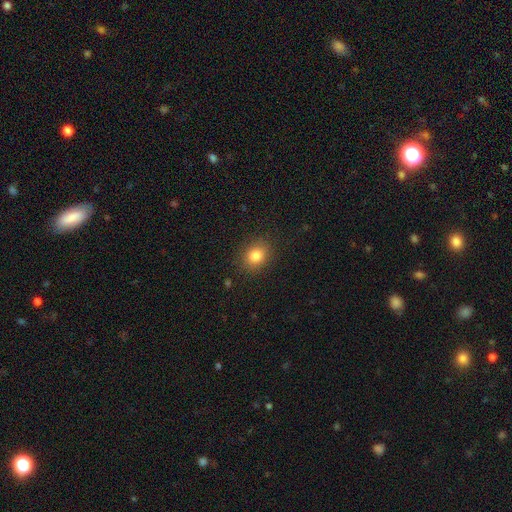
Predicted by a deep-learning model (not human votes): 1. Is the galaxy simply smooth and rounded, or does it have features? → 83% smooth, 11% star or artifact, 6% featured or disk.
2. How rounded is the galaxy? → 60% round, 39% in between, 1% cigar-shaped.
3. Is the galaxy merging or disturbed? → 87% none, 9% minor disturbance, 3% major disturbance, 1% merger.